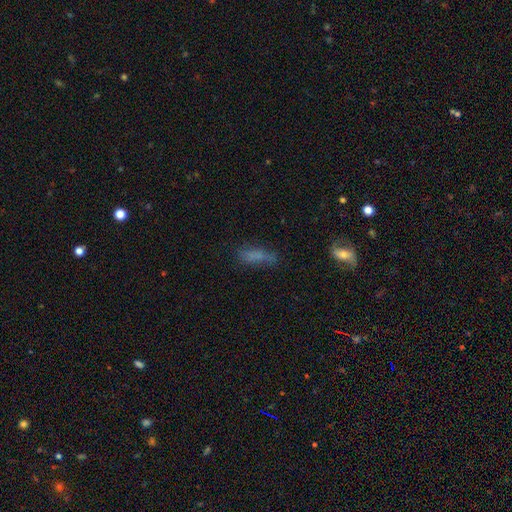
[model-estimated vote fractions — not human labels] Overall: smooth (68%). How rounded: in between (52%; cigar-shaped 45%). Merging: none (54%; minor disturbance 27%).